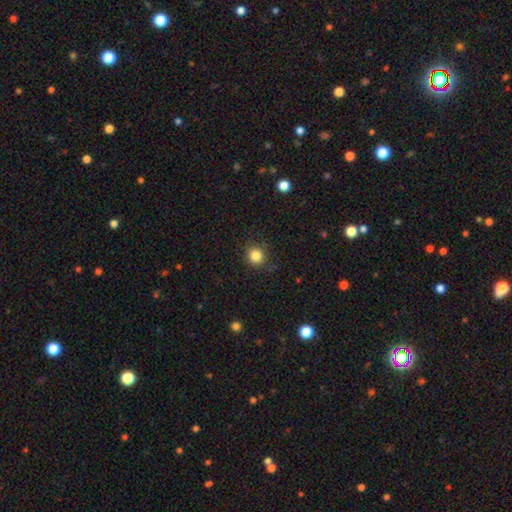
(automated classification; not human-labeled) Morphology: type=smooth (84%); roundness=round (90%); merging=none (86%).